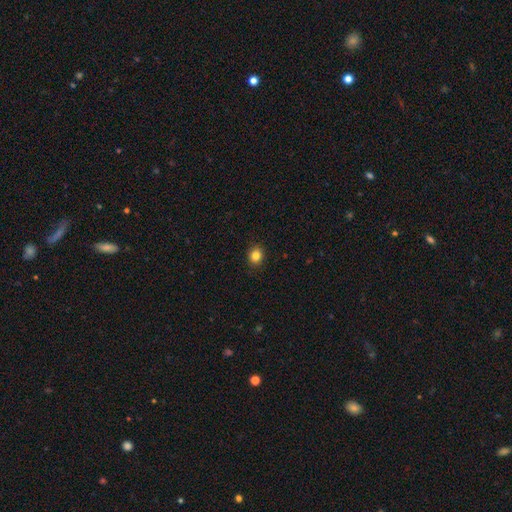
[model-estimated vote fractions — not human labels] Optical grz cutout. It shows a smooth galaxy with no disk features (84%) that is round (70%). Merging: none (90%).